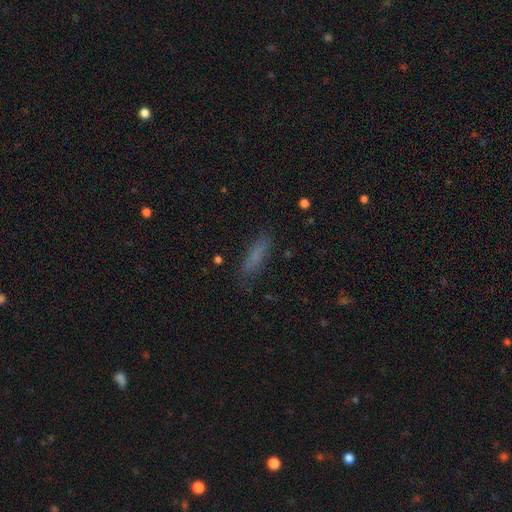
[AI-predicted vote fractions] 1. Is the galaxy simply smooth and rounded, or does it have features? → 74% smooth, 15% featured or disk, 11% star or artifact.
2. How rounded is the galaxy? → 74% cigar-shaped, 24% in between, 2% round.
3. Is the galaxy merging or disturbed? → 80% none, 14% minor disturbance, 4% major disturbance, 2% merger.